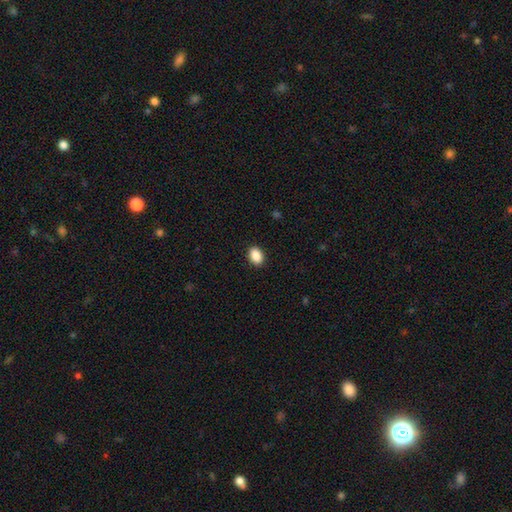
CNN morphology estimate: This appears to be a smooth galaxy with no disk features (89%) that is in between round and cigar-shaped (80%). Merging: none (91%).